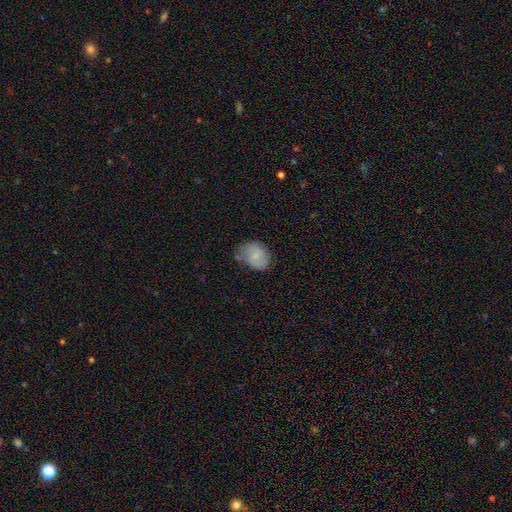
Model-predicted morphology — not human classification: type=smooth (71%); roundness=in between (65%); merging=none (51%).